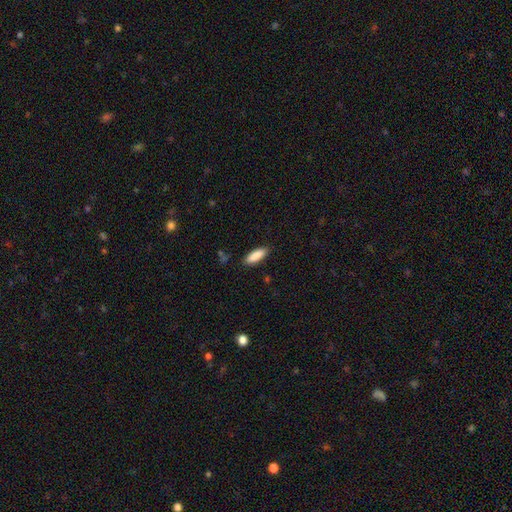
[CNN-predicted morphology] Smooth or featured? Predicted: smooth (p=0.89). How rounded? Predicted: in between (p=0.65). Merging? Predicted: none (p=0.87).